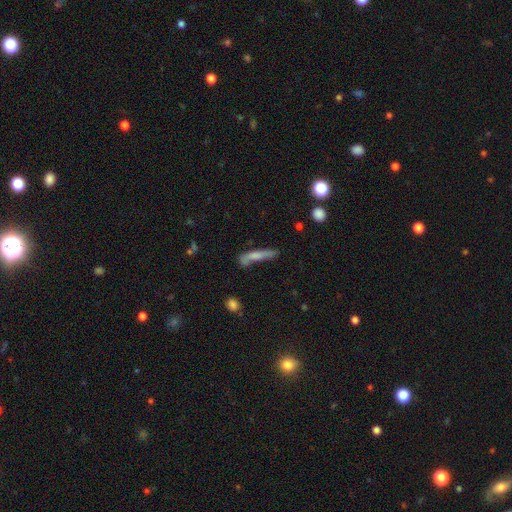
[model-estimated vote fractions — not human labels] Morphology: type=smooth (63%); roundness=cigar-shaped (88%); merging=none (50%).